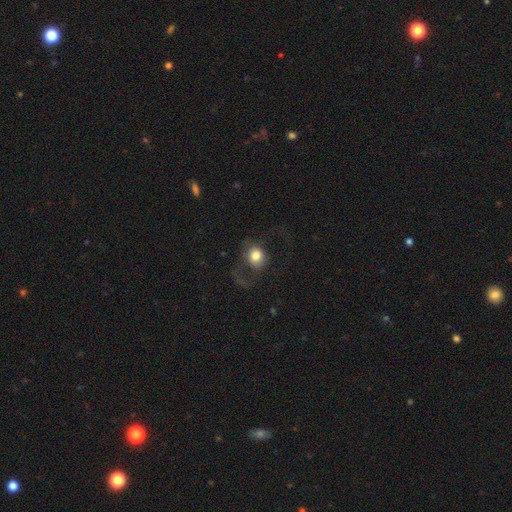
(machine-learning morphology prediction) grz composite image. It shows a smooth galaxy with no disk features (68%) that is round (71%). Merging: major disturbance (47%).